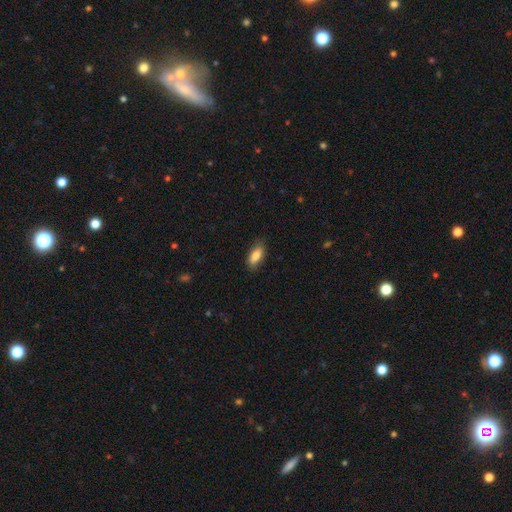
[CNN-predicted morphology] smooth-or-featured: smooth: 83% | featured or disk: 10% | star or artifact: 7%
  how-rounded: in between: 83% | cigar-shaped: 14% | round: 3%
  merging: none: 84% | minor disturbance: 13% | major disturbance: 3% | merger: 1%